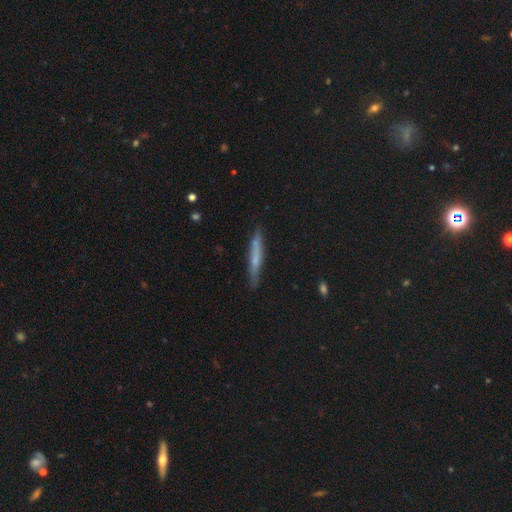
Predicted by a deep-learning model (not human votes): Morphology: type=smooth (51%); roundness=cigar-shaped (94%); merging=none (83%).